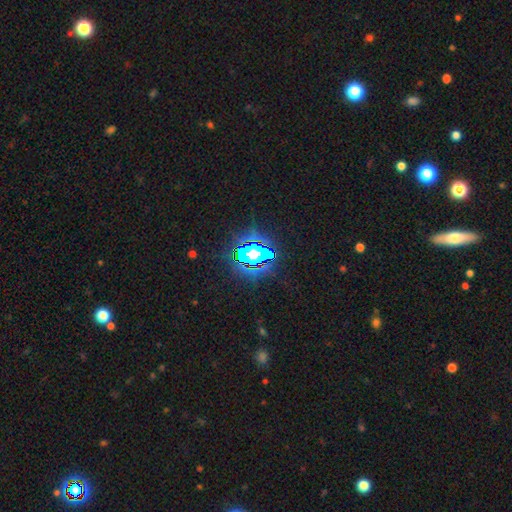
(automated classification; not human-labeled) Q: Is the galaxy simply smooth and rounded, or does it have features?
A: star or artifact — 78%.